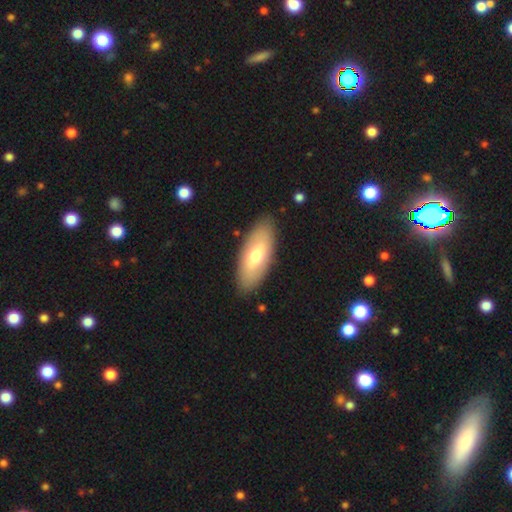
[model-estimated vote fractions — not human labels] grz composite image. It shows a smooth galaxy with no disk features (61%) that is in between round and cigar-shaped (85%). Merging: none (87%).